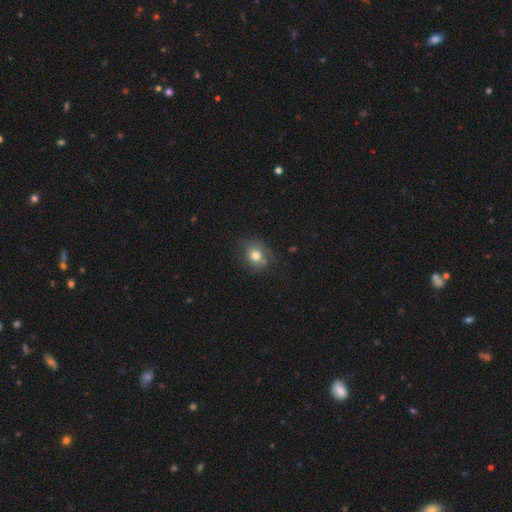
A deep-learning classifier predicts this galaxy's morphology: A smooth galaxy with no disk features (75%) that is round (72%).

Vote fractions:
- Smooth or featured? smooth: 75% / featured or disk: 13% / star or artifact: 11%
- How rounded? round: 72% / in between: 27% / cigar-shaped: 1%
- Merging? none: 68% / minor disturbance: 21% / major disturbance: 7% / merger: 4%